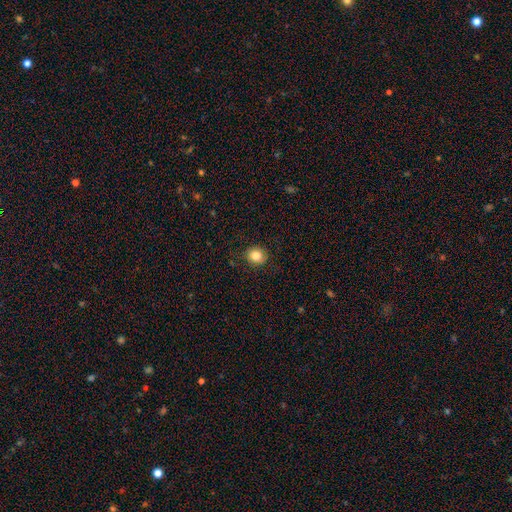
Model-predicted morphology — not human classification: A smooth galaxy with no disk features (83%) that is round (81%).

Vote fractions:
- Smooth or featured? smooth: 83% / star or artifact: 10% / featured or disk: 6%
- How rounded? round: 81% / in between: 18% / cigar-shaped: 1%
- Merging? none: 88% / minor disturbance: 9% / major disturbance: 2% / merger: 1%